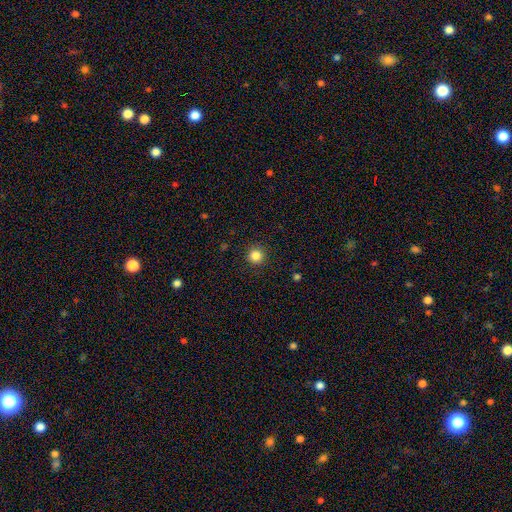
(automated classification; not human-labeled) Q: Smooth or featured?
A: smooth (85%); runner-up: star or artifact (12%)
Q: How rounded?
A: round (95%); runner-up: in between (4%)
Q: Merging?
A: none (92%); runner-up: minor disturbance (5%)